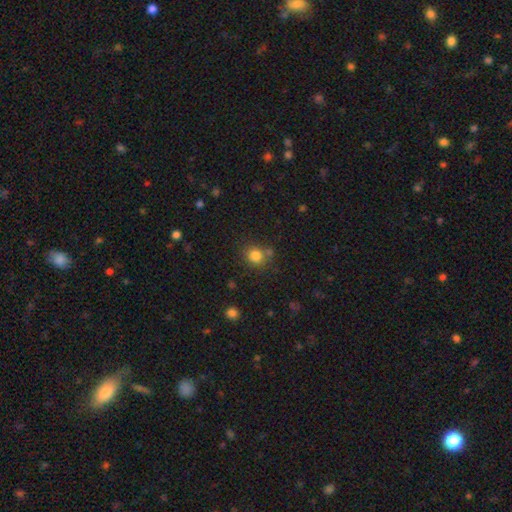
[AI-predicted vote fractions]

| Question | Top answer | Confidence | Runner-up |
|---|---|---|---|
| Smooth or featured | smooth | 82% | star or artifact (13%) |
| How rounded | round | 81% | in between (18%) |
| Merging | none | 71% | minor disturbance (13%) |